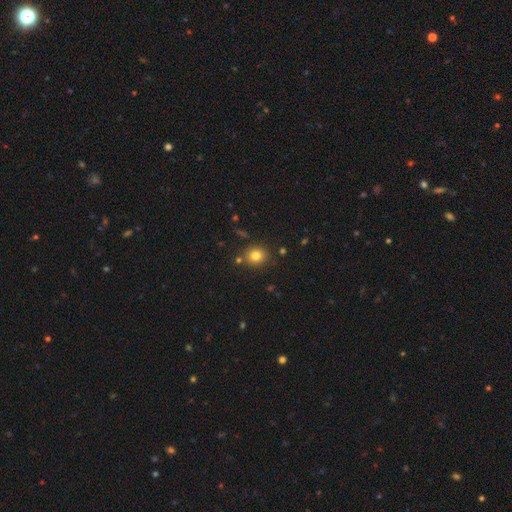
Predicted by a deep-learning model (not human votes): Q: Smooth or featured?
A: smooth (80%); runner-up: star or artifact (12%)
Q: How rounded?
A: round (72%); runner-up: in between (27%)
Q: Merging?
A: none (81%); runner-up: minor disturbance (10%)